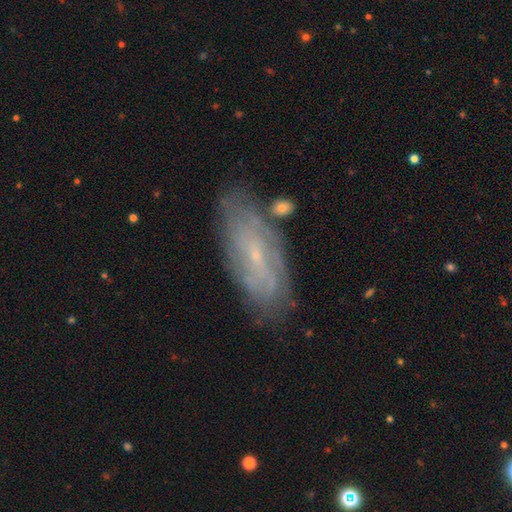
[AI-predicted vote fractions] Smooth or featured?
  - featured or disk: 65% *
  - smooth: 26%
  - star or artifact: 8%
Edge-on disk?
  - no: 86% *
  - yes: 14%
Bar?
  - no: 57% *
  - weak: 35%
  - strong: 8%
Spiral arms?
  - yes: 72% *
  - no: 28%
Bulge size?
  - small: 82% *
  - moderate: 11%
  - none: 5%
  - large: 1%
  - dominant: 1%
Merging?
  - none: 76% *
  - minor disturbance: 16%
  - major disturbance: 4%
  - merger: 4%